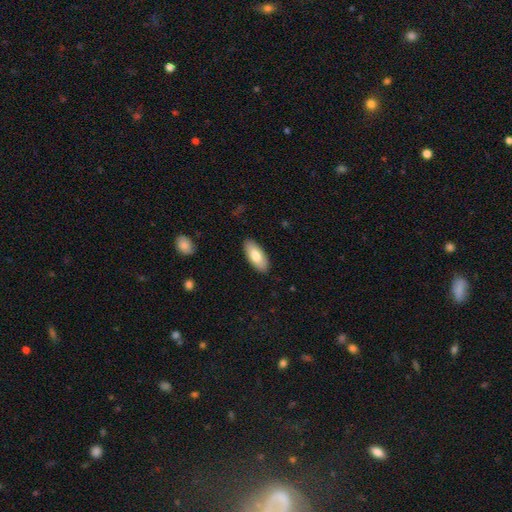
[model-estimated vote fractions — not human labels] smooth_or_featured: smooth (p=0.79) [alt: featured or disk p=0.16]
how_rounded: in between (p=0.87) [alt: cigar-shaped p=0.11]
merging: none (p=0.89) [alt: minor disturbance p=0.08]